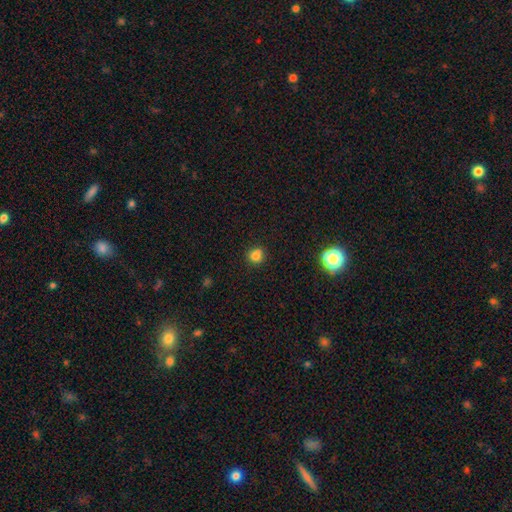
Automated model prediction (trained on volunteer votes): smooth_or_featured: smooth (p=0.80) [alt: star or artifact p=0.14]
how_rounded: round (p=0.82) [alt: in between p=0.17]
merging: none (p=0.79) [alt: minor disturbance p=0.12]